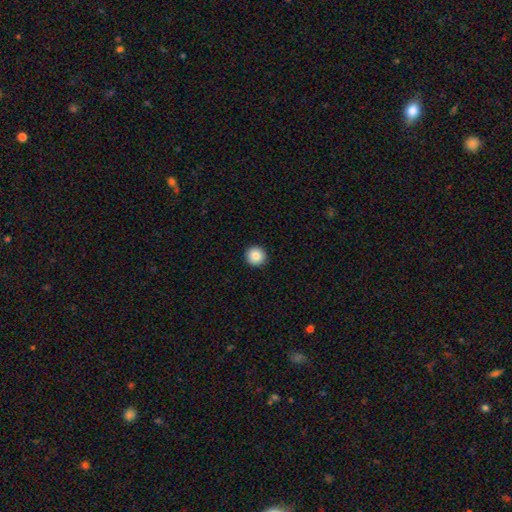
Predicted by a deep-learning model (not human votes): Smooth or featured? smooth (85%)
How rounded? round (96%)
Merging? none (93%)